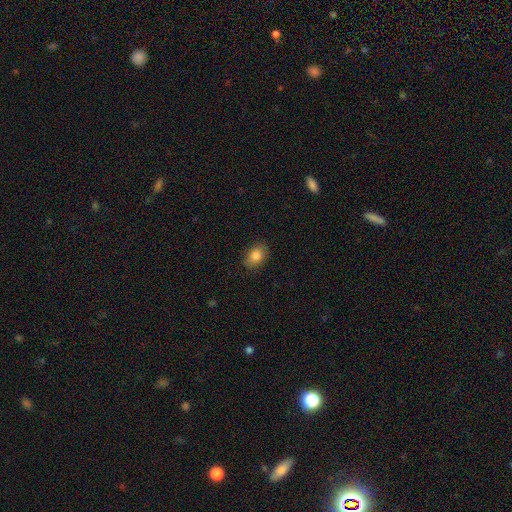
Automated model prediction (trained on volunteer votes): Smooth or featured?
  - smooth: 83% *
  - star or artifact: 9%
  - featured or disk: 8%
How rounded?
  - in between: 78% *
  - round: 21%
  - cigar-shaped: 1%
Merging?
  - none: 84% *
  - minor disturbance: 12%
  - major disturbance: 3%
  - merger: 1%